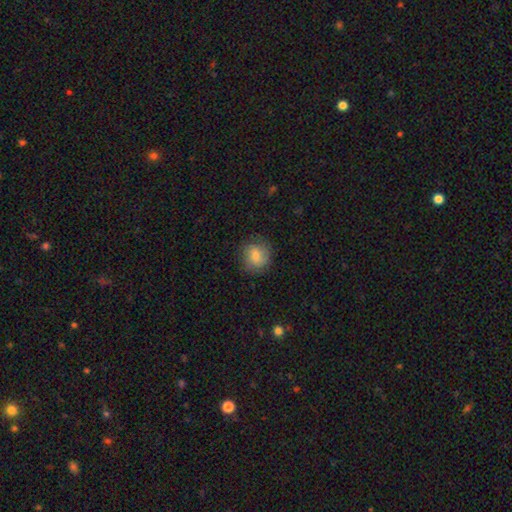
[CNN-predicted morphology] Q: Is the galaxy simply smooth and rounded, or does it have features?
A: smooth — 76%.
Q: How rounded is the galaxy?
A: round — 80%.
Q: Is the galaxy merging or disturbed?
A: none — 78%.